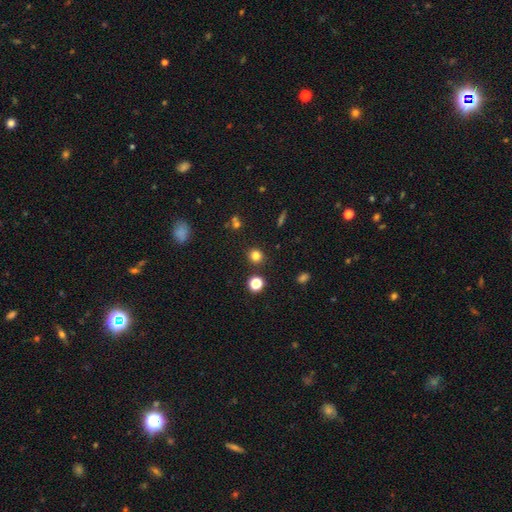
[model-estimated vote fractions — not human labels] This is likely a smooth galaxy (78%). How rounded: clearly round (89%). Merging: clearly none (86%).